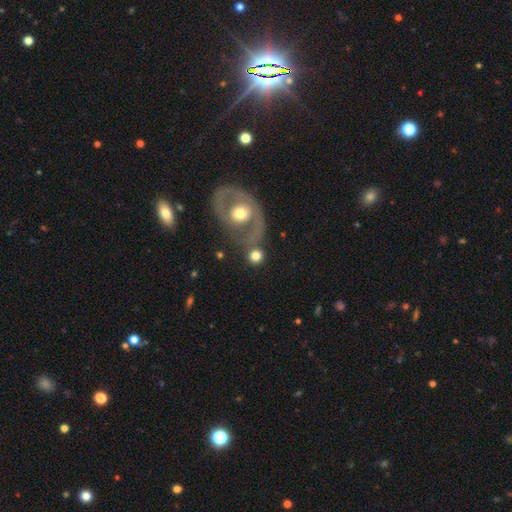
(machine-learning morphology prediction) smooth_or_featured: smooth (p=0.70) [alt: featured or disk p=0.21]
how_rounded: round (p=0.86) [alt: in between p=0.12]
merging: none (p=0.63) [alt: merger p=0.19]